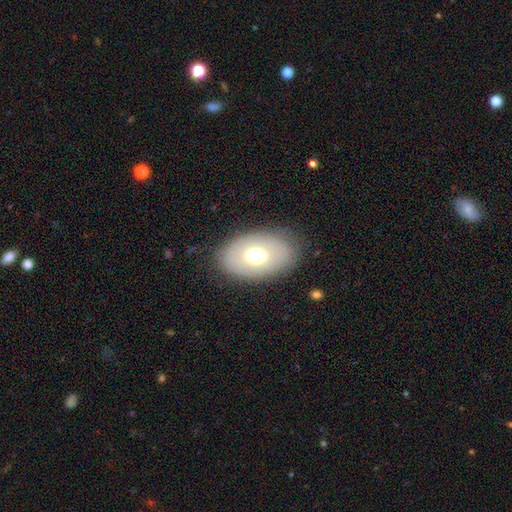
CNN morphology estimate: This appears to be a smooth galaxy with no disk features (65%) that is in between round and cigar-shaped (87%). Merging: none (82%).